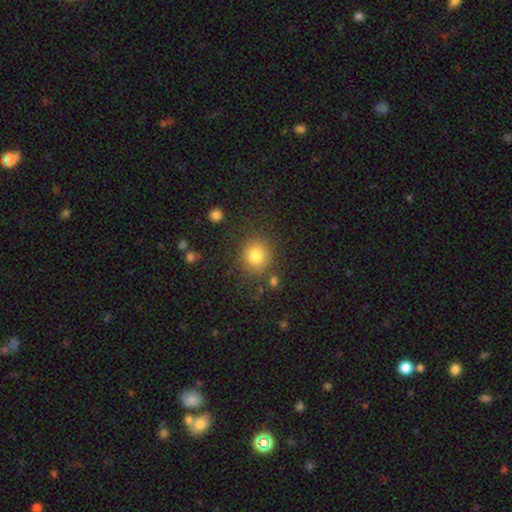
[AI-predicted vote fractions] A smooth galaxy with no disk features (80%) that is round (83%).

Vote fractions:
- Smooth or featured? smooth: 80% / star or artifact: 12% / featured or disk: 7%
- How rounded? round: 83% / in between: 16% / cigar-shaped: 1%
- Merging? none: 83% / minor disturbance: 10% / major disturbance: 4% / merger: 4%